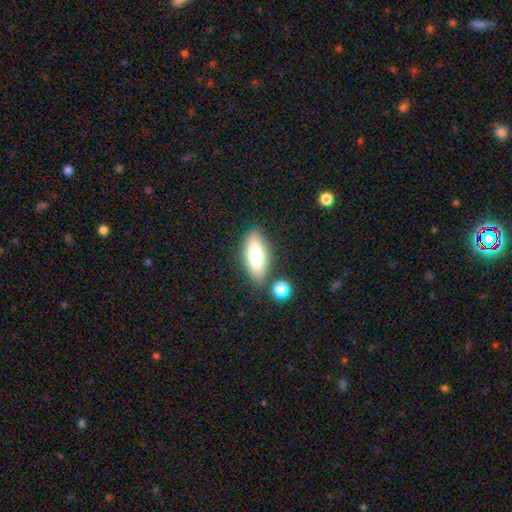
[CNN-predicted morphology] A smooth galaxy with no disk features (70%) that is in between round and cigar-shaped (71%).

Vote fractions:
- Smooth or featured? smooth: 70% / featured or disk: 23% / star or artifact: 7%
- How rounded? in between: 71% / cigar-shaped: 26% / round: 3%
- Merging? none: 79% / minor disturbance: 11% / merger: 7% / major disturbance: 3%